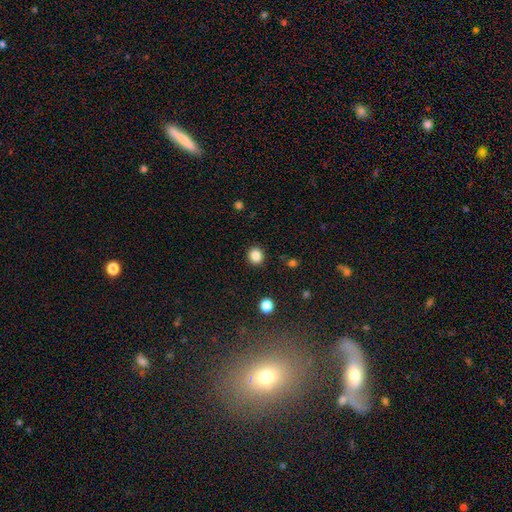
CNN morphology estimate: smooth 85%, star or artifact 11%, featured or disk 4%. Down the decision tree: how rounded — round (88%); merging — none (91%).